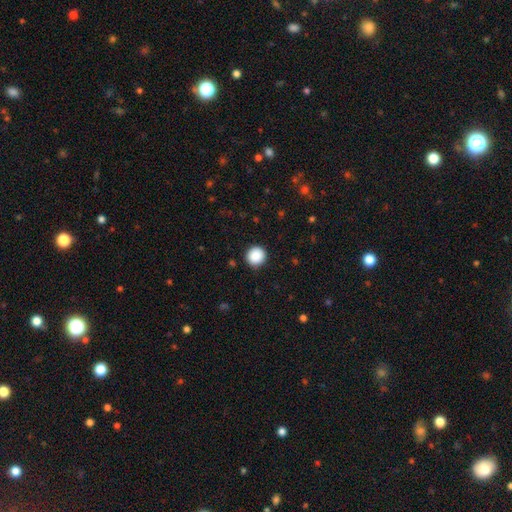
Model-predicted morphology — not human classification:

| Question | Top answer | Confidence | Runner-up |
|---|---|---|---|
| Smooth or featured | smooth | 89% | star or artifact (9%) |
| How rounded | round | 95% | in between (4%) |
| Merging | none | 92% | minor disturbance (5%) |